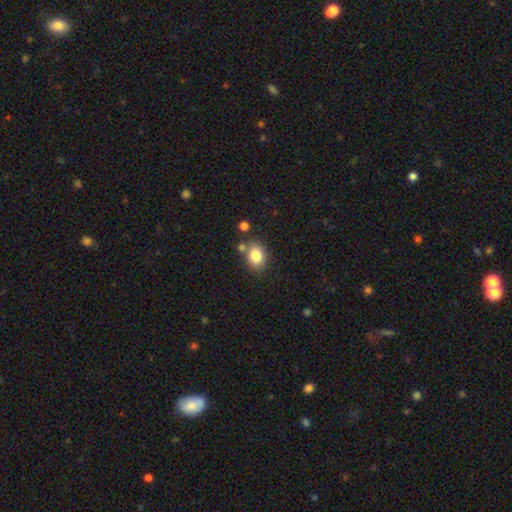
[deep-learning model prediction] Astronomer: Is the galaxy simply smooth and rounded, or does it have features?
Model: smooth — 82%.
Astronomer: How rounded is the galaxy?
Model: in between — 59% (runner-up: round, 40%).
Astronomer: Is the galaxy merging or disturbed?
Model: none — 73%.